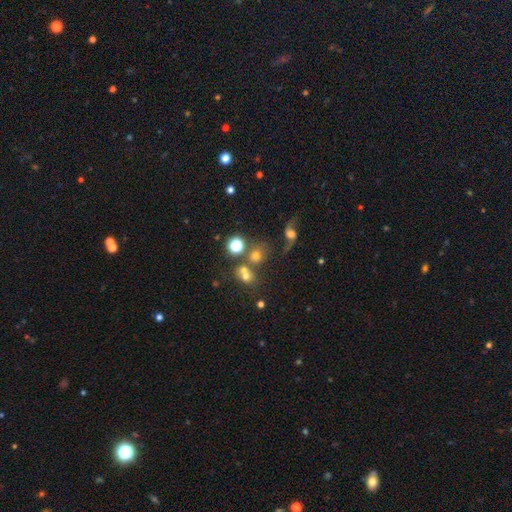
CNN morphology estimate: This is likely a smooth galaxy (62%). How rounded: clearly round (81%). Merging: possibly none (51%).